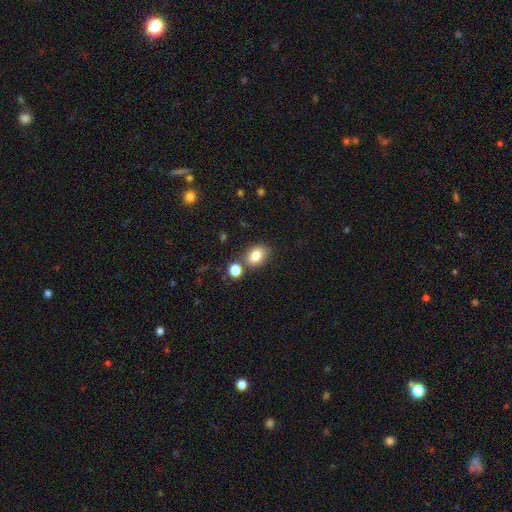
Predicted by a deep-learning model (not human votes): Overall: smooth (83%). How rounded: in between (68%; round 31%). Merging: none (70%).